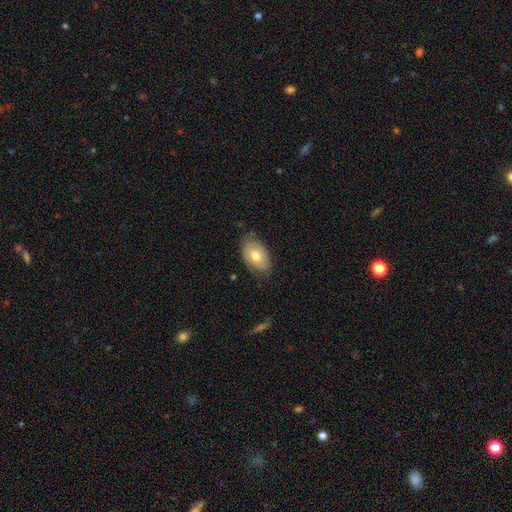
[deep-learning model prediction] Smooth or featured: smooth — 67% (featured or disk — 26%)
How rounded: in between — 91% (round — 8%)
Merging: none — 74% (minor disturbance — 21%)